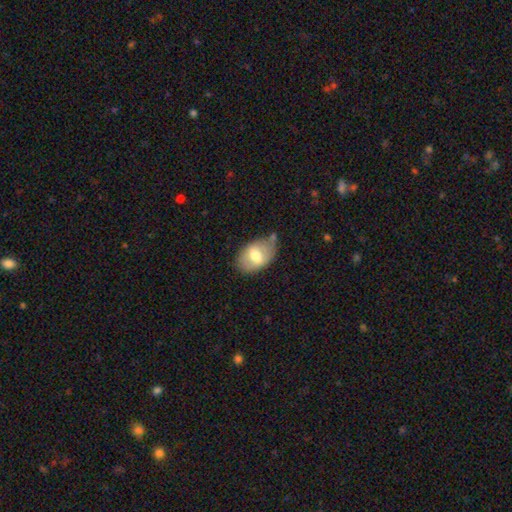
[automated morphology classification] smooth-or-featured: smooth: 60% | featured or disk: 34% | star or artifact: 7%
  how-rounded: in between: 85% | round: 14% | cigar-shaped: 1%
  merging: none: 61% | minor disturbance: 25% | major disturbance: 8% | merger: 7%